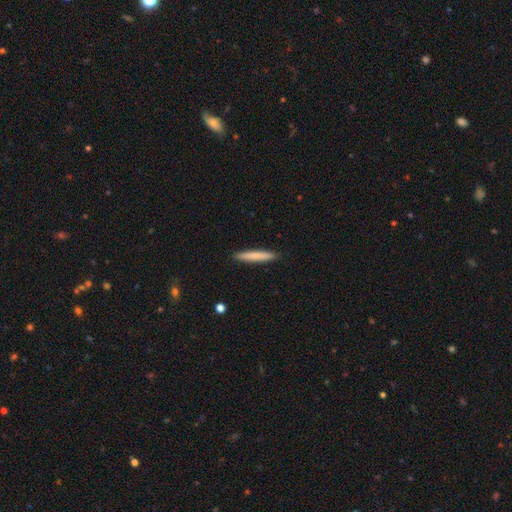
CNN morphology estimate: Smooth or featured: smooth — 77% (featured or disk — 18%)
How rounded: cigar-shaped — 94% (in between — 5%)
Merging: none — 92% (minor disturbance — 6%)